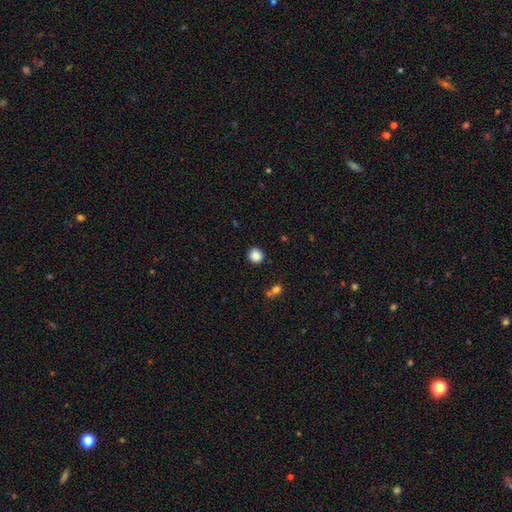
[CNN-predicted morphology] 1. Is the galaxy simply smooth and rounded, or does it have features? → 87% smooth, 10% star or artifact, 3% featured or disk.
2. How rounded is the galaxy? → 92% round, 7% in between, 1% cigar-shaped.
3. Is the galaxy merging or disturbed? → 90% none, 6% minor disturbance, 2% major disturbance, 2% merger.